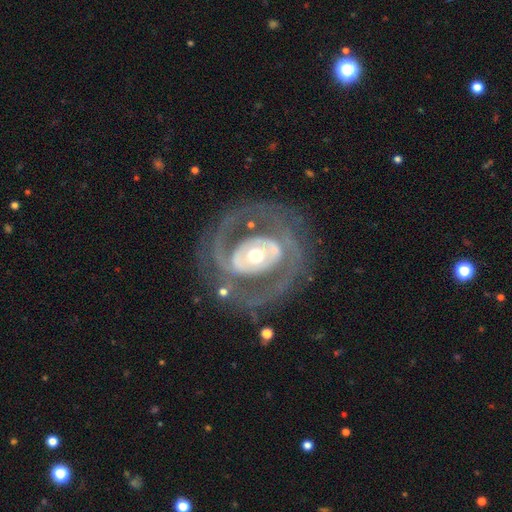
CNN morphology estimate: This appears to be a featured or disk galaxy (84%) with no bar (60%), 2 (67%) tight (45%) spiral arms (78%) and a moderate central bulge (64%). Merging: none (71%).